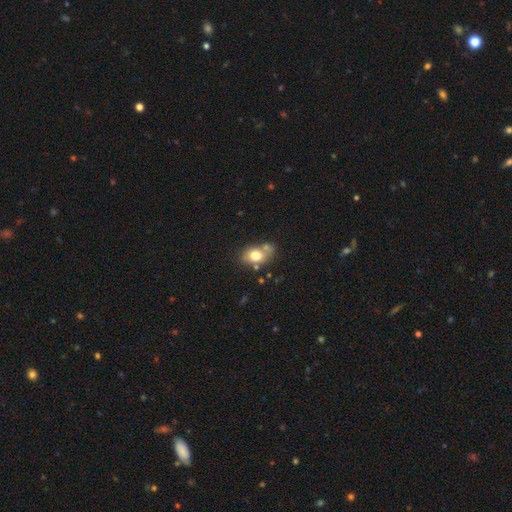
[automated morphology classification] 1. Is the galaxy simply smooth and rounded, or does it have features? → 74% smooth, 17% featured or disk, 10% star or artifact.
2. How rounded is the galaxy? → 68% in between, 30% round, 2% cigar-shaped.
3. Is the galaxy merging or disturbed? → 50% none, 27% merger, 18% minor disturbance, 6% major disturbance.